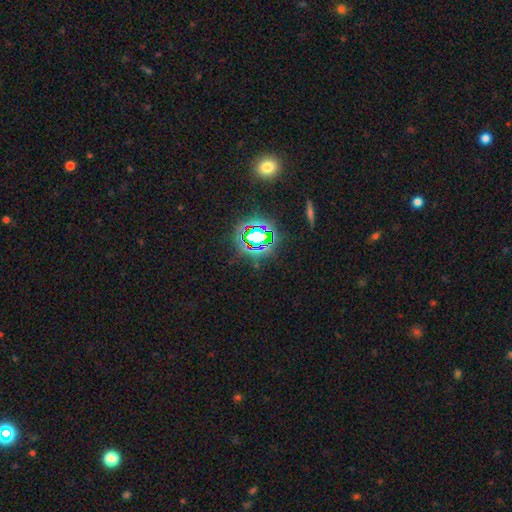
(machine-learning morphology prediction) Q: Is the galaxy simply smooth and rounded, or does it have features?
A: star or artifact — 77%.